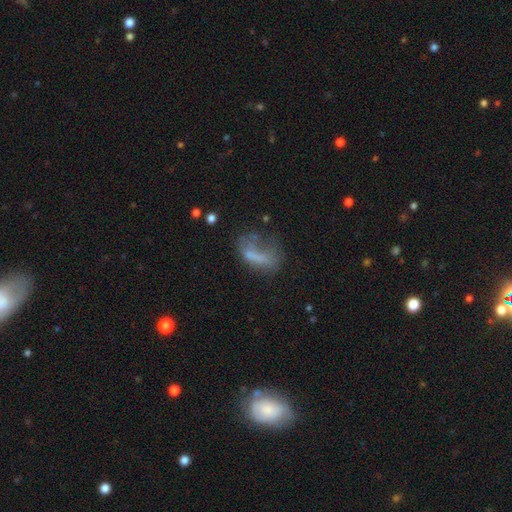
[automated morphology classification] This appears to be a smooth galaxy with no disk features (52%) that is in between round and cigar-shaped (75%). Merging: major disturbance (42%).